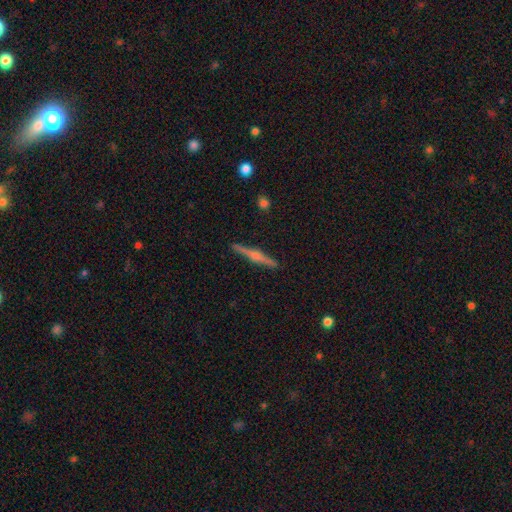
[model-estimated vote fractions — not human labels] Smooth or featured?
  - featured or disk: 74% *
  - smooth: 20%
  - star or artifact: 6%
Edge-on disk?
  - yes: 98% *
  - no: 2%
Edge-on bulge?
  - rounded: 82% *
  - boxy: 11%
  - none: 7%
Merging?
  - none: 92% *
  - minor disturbance: 6%
  - major disturbance: 1%
  - merger: 1%